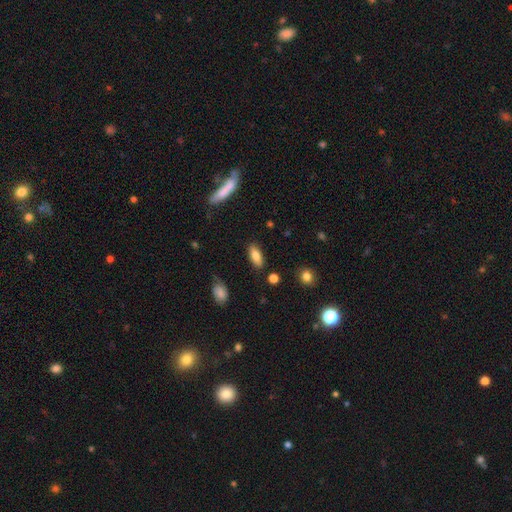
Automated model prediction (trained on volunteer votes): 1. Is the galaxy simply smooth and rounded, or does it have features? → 82% smooth, 11% featured or disk, 7% star or artifact.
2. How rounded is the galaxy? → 81% in between, 16% cigar-shaped, 2% round.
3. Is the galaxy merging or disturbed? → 83% none, 12% minor disturbance, 3% major disturbance, 2% merger.